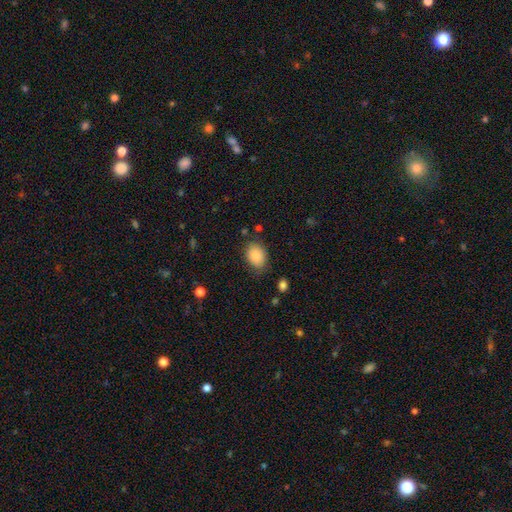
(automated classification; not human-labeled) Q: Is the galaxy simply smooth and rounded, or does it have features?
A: smooth — 83%.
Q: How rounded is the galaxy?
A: in between — 70%.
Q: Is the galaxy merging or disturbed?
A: none — 76%.